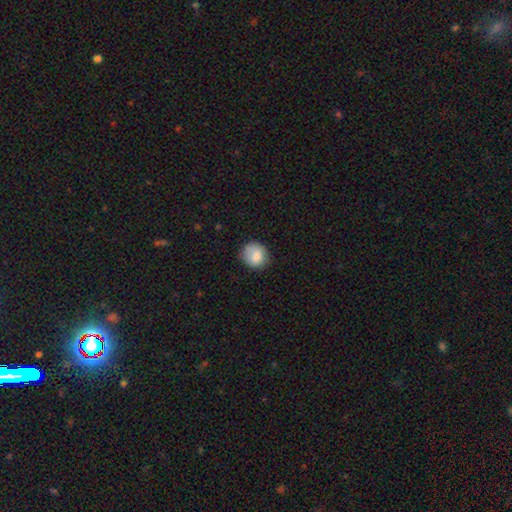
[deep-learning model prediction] The model was most divided on "merging": none: 74%, minor disturbance: 20%, major disturbance: 5%, merger: 1%. More confident: smooth or featured — smooth (83%); how rounded — round (77%).